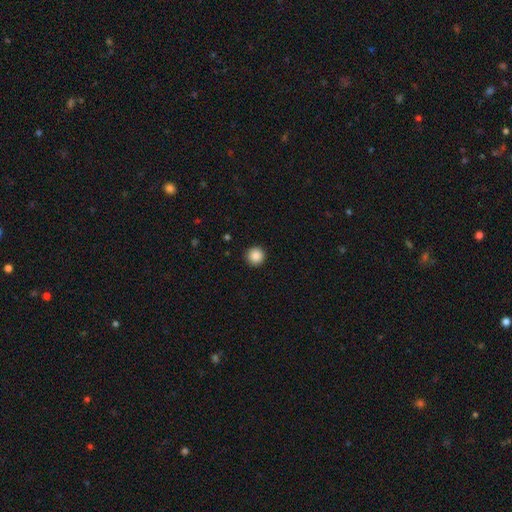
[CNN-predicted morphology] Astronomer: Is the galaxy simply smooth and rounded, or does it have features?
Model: smooth — 88%.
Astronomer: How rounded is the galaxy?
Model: round — 96%.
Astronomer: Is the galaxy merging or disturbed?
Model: none — 93%.